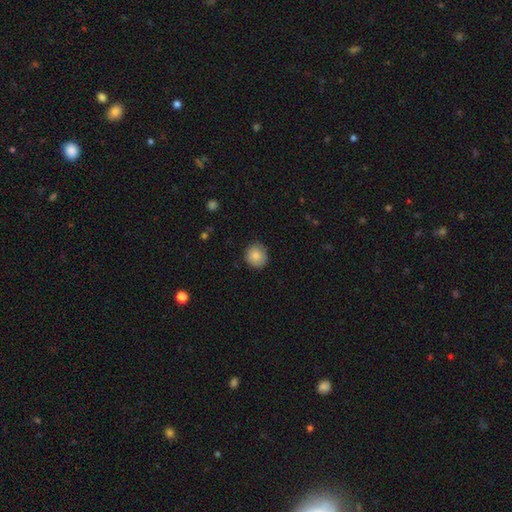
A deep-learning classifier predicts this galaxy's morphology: Smooth or featured? Predicted: smooth (p=0.83). How rounded? Predicted: round (p=0.87). Merging? Predicted: none (p=0.85).